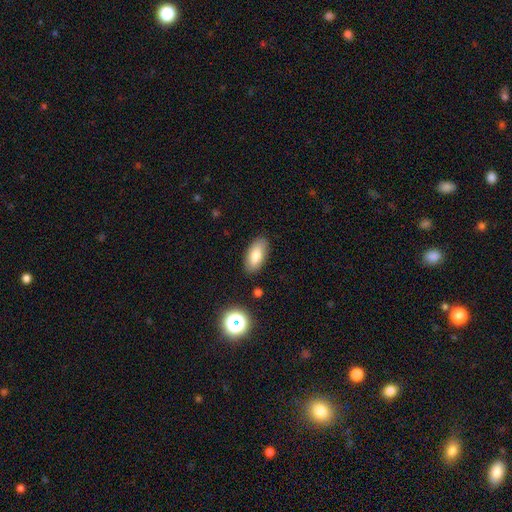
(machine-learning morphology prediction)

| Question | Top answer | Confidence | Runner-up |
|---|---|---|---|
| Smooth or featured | smooth | 80% | featured or disk (12%) |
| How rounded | in between | 90% | cigar-shaped (7%) |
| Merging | none | 86% | minor disturbance (10%) |